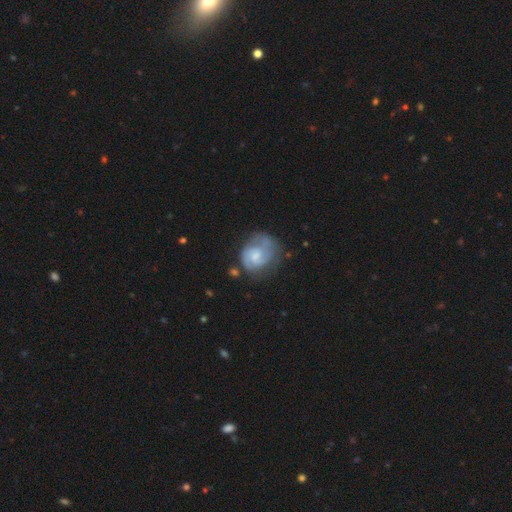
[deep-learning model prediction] smooth-or-featured: featured or disk: 71% | smooth: 23% | star or artifact: 6%
  disk-edge-on: no: 98% | yes: 2%
    bar: no: 56% | weak: 39% | strong: 5%
    has-spiral-arms: yes: 90% | no: 10%
      spiral-winding: tight: 45% | medium: 40% | loose: 15%
      spiral-arm-count: 2: 62% | can't tell: 18% | 1: 11% | 3: 6% | 4: 2% | more than 4: 2%
    bulge-size: small: 45% | moderate: 34% | none: 15% | large: 5% | dominant: 1%
  merging: none: 54% | minor disturbance: 25% | major disturbance: 17% | merger: 4%